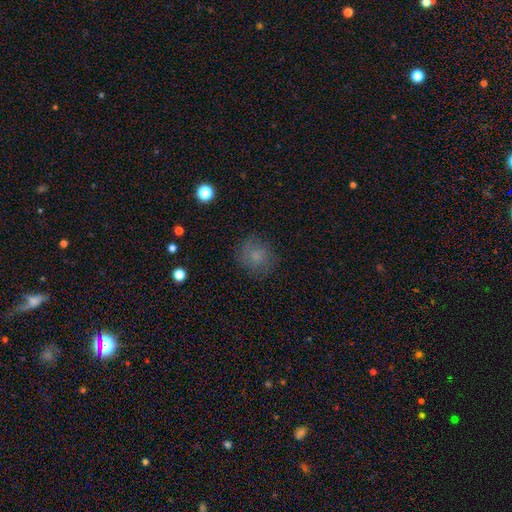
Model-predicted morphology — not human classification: Smooth or featured: smooth — 73% (featured or disk — 14%)
How rounded: round — 84% (in between — 15%)
Merging: none — 78% (minor disturbance — 15%)